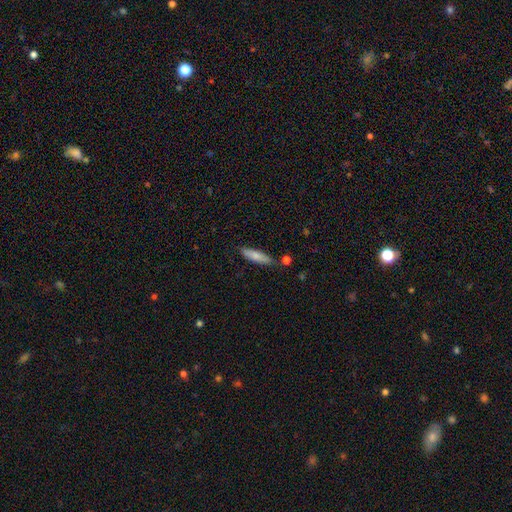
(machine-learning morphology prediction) This appears to be a smooth galaxy with no disk features (74%) that is cigar-shaped (73%). Merging: none (76%).